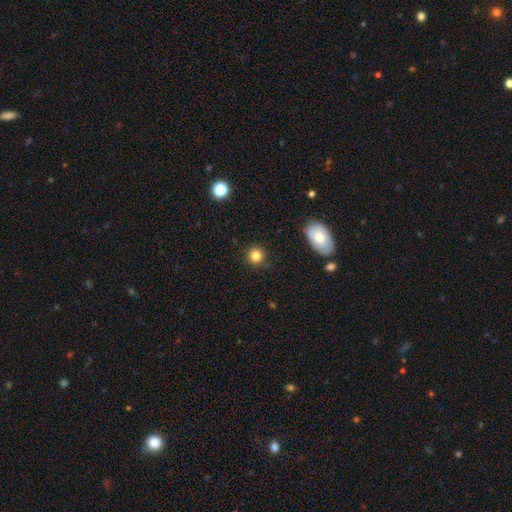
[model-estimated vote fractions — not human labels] Q: Smooth or featured?
A: smooth (84%); runner-up: star or artifact (11%)
Q: How rounded?
A: round (91%); runner-up: in between (8%)
Q: Merging?
A: none (90%); runner-up: minor disturbance (7%)